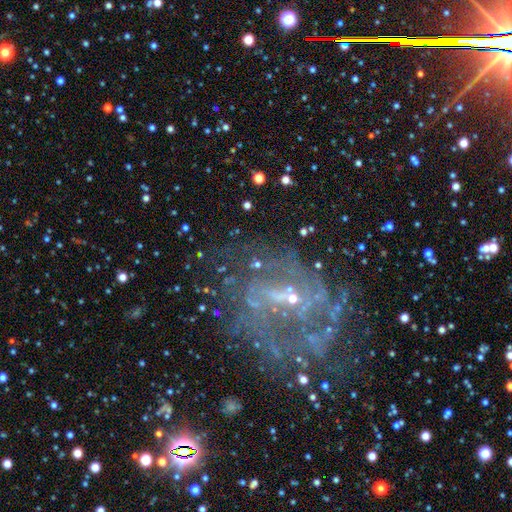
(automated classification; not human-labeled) Smooth or featured? featured or disk (69%)
Edge-on disk? no (97%)
Bar? no (44%)
Spiral arms? yes (64%)
Bulge size? small (62%)
Merging? none (47%)